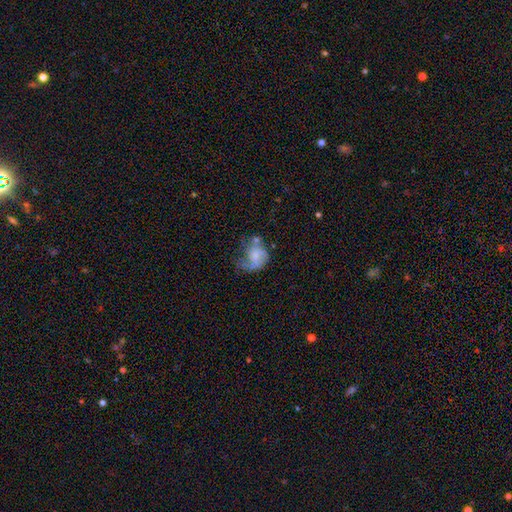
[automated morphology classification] This appears to be a smooth galaxy with no disk features (47%). Merging: major disturbance (40%).